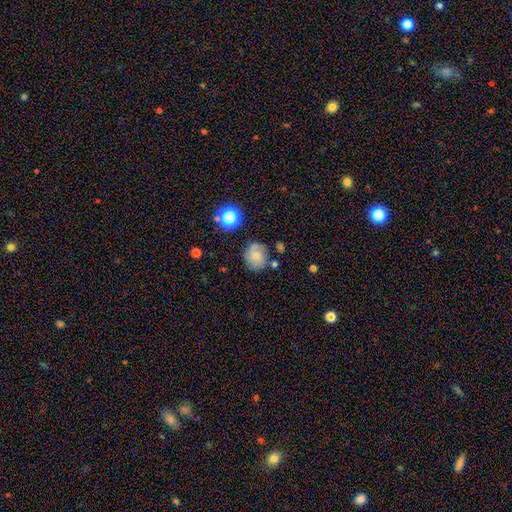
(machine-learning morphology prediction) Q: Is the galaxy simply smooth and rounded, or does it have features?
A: smooth — 58%.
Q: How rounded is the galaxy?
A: round — 74%.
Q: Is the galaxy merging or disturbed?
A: none — 62%.